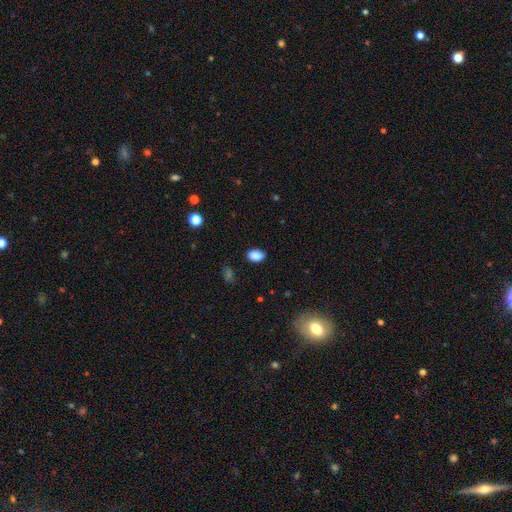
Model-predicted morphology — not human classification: The model was most divided on "merging": none: 85%, minor disturbance: 11%, major disturbance: 3%, merger: 1%. More confident: smooth or featured — smooth (87%); how rounded — in between (87%).